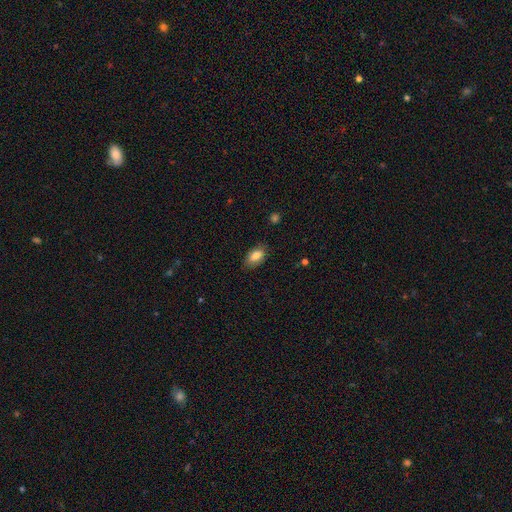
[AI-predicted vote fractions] smooth_or_featured: smooth (p=0.82) [alt: featured or disk p=0.10]
how_rounded: in between (p=0.90) [alt: round p=0.07]
merging: none (p=0.83) [alt: minor disturbance p=0.13]